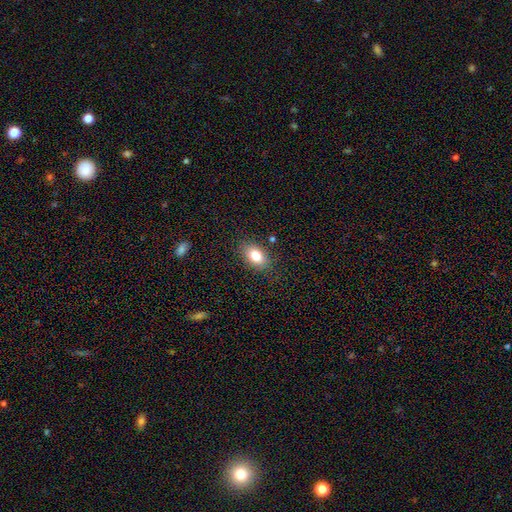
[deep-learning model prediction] smooth-or-featured: smooth: 81% | featured or disk: 10% | star or artifact: 9%
  how-rounded: in between: 85% | round: 13% | cigar-shaped: 2%
  merging: none: 84% | minor disturbance: 11% | major disturbance: 3% | merger: 2%